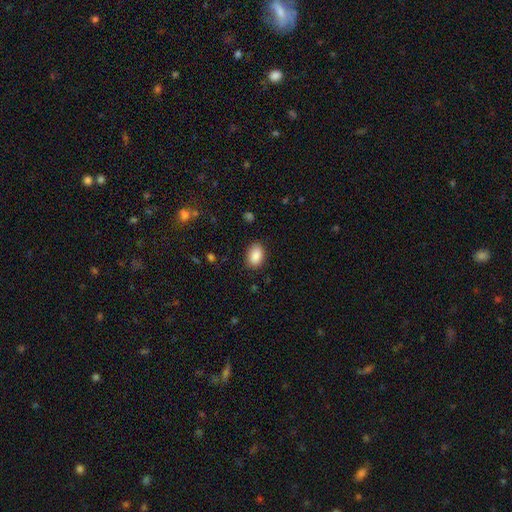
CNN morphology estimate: smooth-or-featured: smooth: 89% | star or artifact: 7% | featured or disk: 4%
  how-rounded: in between: 86% | round: 13% | cigar-shaped: 1%
  merging: none: 84% | minor disturbance: 12% | major disturbance: 3% | merger: 1%